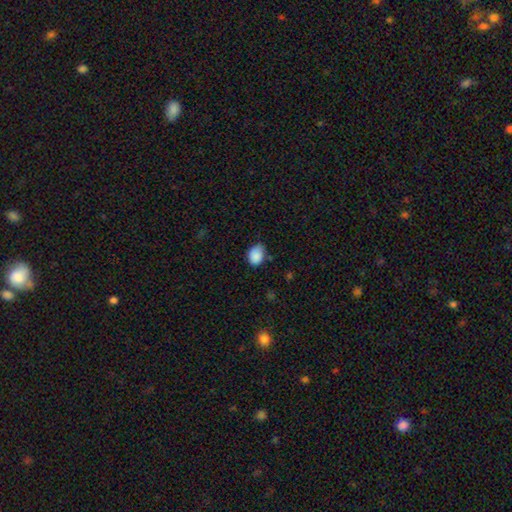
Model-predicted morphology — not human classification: A smooth galaxy with no disk features (87%) that is in between round and cigar-shaped (68%).

Vote fractions:
- Smooth or featured? smooth: 87% / star or artifact: 8% / featured or disk: 5%
- How rounded? in between: 68% / round: 31% / cigar-shaped: 1%
- Merging? none: 58% / minor disturbance: 34% / major disturbance: 6% / merger: 3%